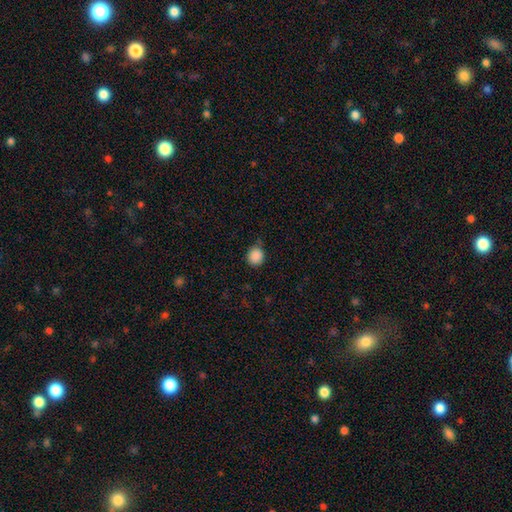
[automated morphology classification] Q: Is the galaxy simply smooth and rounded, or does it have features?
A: smooth — 88%.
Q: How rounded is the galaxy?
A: round — 88%.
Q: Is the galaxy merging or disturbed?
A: none — 74%.